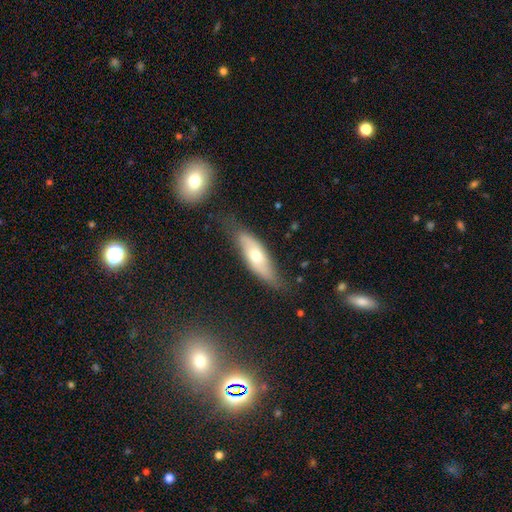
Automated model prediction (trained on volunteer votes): smooth_or_featured: smooth (p=0.52) [alt: featured or disk p=0.42]
how_rounded: in between (p=0.56) [alt: cigar-shaped p=0.41]
merging: none (p=0.67) [alt: minor disturbance p=0.24]